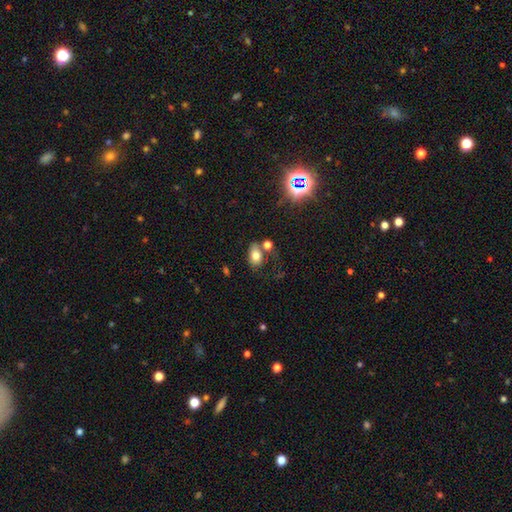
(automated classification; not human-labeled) The model was most divided on "merging": none: 47%, merger: 22%, minor disturbance: 18%, major disturbance: 12%. More confident: how rounded — in between (84%); smooth or featured — smooth (74%).